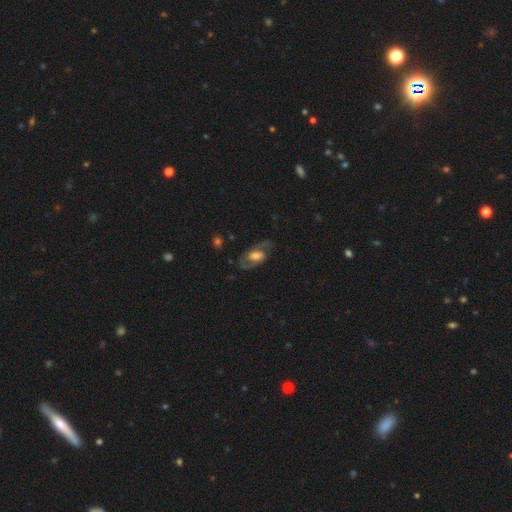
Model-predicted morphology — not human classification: A featured or disk galaxy (63%) with no bar (48%), spiral arms (73%) and a moderate central bulge (45%).

Vote fractions:
- Smooth or featured? featured or disk: 63% / smooth: 30% / star or artifact: 7%
- Edge-on disk? no: 92% / yes: 8%
- Bar? no: 48% / weak: 38% / strong: 14%
- Spiral arms? yes: 73% / no: 27%
- Bulge size? moderate: 45% / large: 35% / small: 14% / none: 3% / dominant: 3%
- Merging? none: 67% / minor disturbance: 18% / major disturbance: 14% / merger: 2%